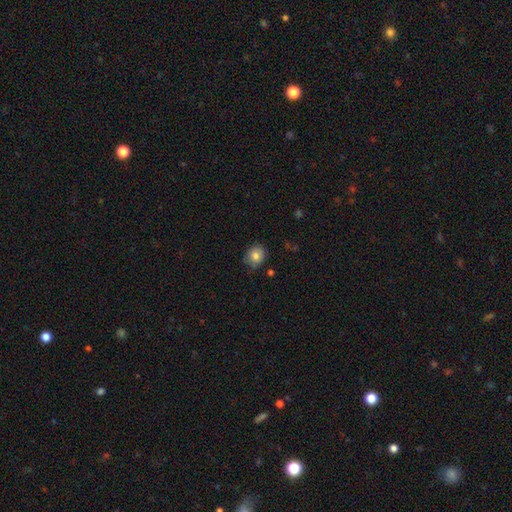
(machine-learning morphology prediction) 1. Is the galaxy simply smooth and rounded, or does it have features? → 80% smooth, 11% featured or disk, 10% star or artifact.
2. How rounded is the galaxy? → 73% round, 27% in between, 1% cigar-shaped.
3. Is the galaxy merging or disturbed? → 76% none, 19% minor disturbance, 3% major disturbance, 2% merger.